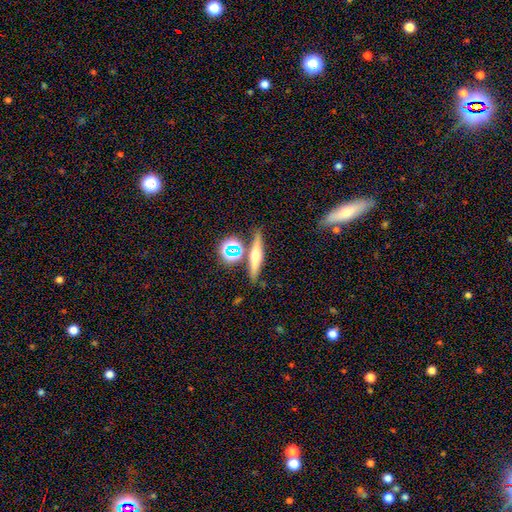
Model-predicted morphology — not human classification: featured or disk 49%, smooth 37%, star or artifact 14%. Down the decision tree: merging — none (78%).